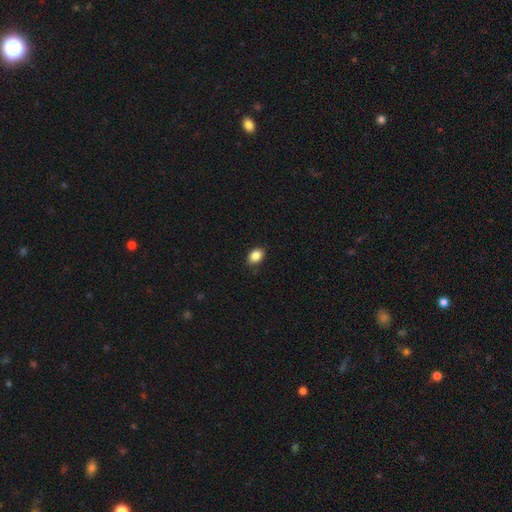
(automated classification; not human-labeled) Smooth or featured? Predicted: smooth (p=0.87). How rounded? Predicted: in between (p=0.78). Merging? Predicted: none (p=0.85).